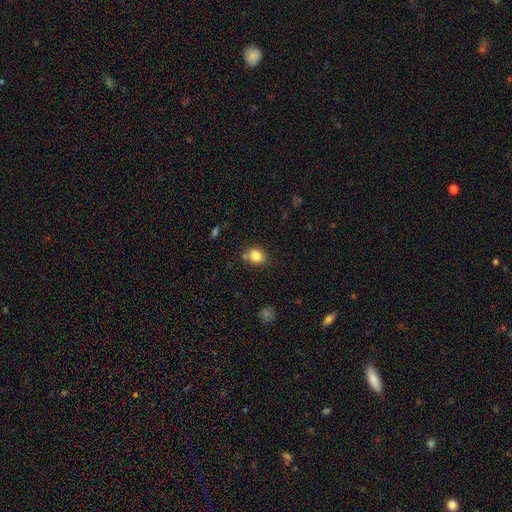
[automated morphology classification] Smooth or featured?
  - smooth: 83% *
  - star or artifact: 10%
  - featured or disk: 7%
How rounded?
  - round: 53% *
  - in between: 46%
  - cigar-shaped: 1%
Merging?
  - none: 72% *
  - minor disturbance: 16%
  - merger: 9%
  - major disturbance: 4%